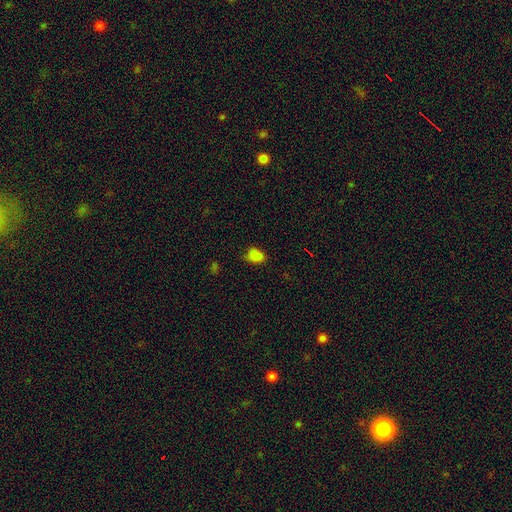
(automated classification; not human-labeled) Smooth or featured? smooth (82%)
How rounded? in between (76%)
Merging? none (60%)